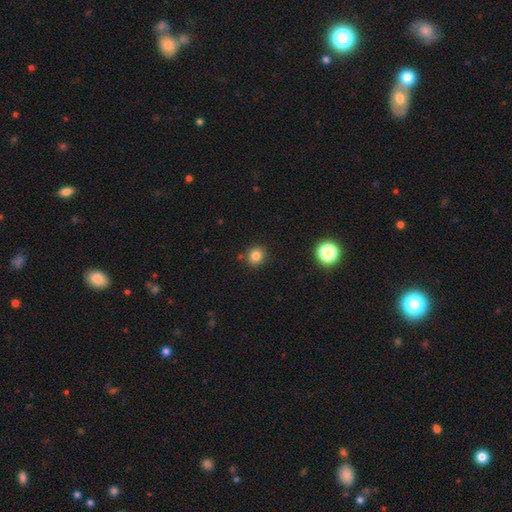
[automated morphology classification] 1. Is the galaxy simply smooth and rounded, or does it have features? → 82% smooth, 13% star or artifact, 5% featured or disk.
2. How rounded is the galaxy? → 87% round, 12% in between, 1% cigar-shaped.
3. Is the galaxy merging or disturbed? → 86% none, 8% minor disturbance, 4% merger, 2% major disturbance.